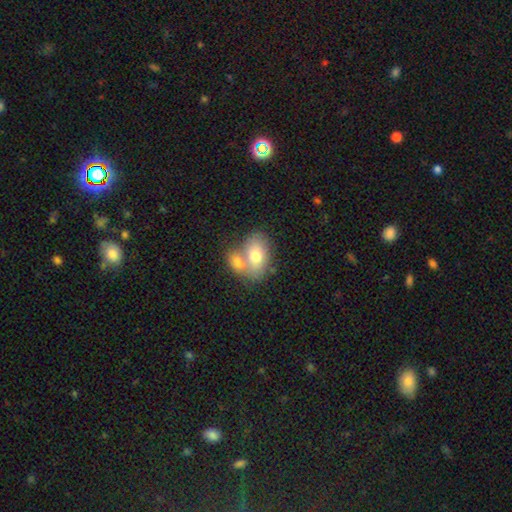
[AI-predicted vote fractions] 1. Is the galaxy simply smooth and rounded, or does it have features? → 69% smooth, 24% featured or disk, 7% star or artifact.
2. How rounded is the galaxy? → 80% in between, 19% round, 1% cigar-shaped.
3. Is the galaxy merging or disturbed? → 59% merger, 28% none, 9% minor disturbance, 4% major disturbance.